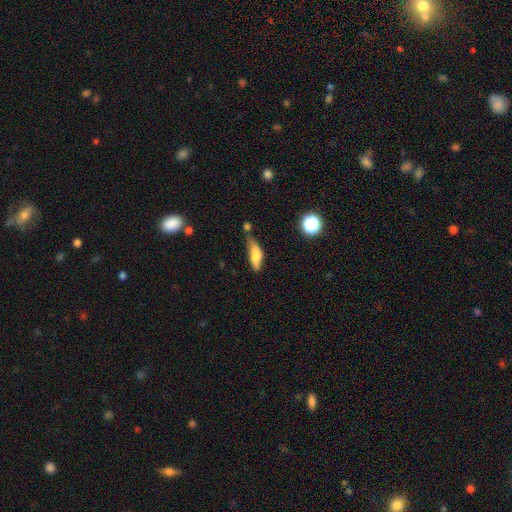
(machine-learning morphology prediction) This is likely a smooth galaxy (71%). How rounded: possibly in between (56%). Merging: marginally minor disturbance (36%).